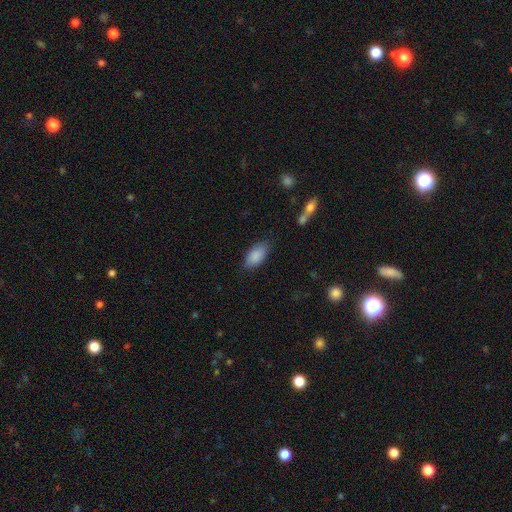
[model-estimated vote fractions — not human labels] The model was most divided on "merging": none: 79%, minor disturbance: 16%, major disturbance: 4%, merger: 2%. More confident: how rounded — in between (92%); smooth or featured — smooth (88%).